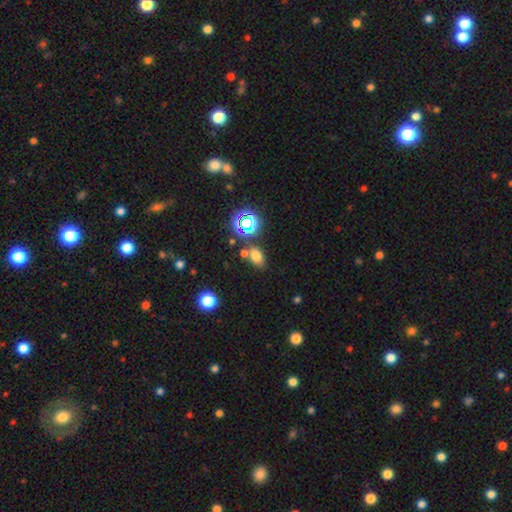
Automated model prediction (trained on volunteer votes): This is likely a smooth galaxy (68%). How rounded: likely in between (78%). Merging: likely none (67%).